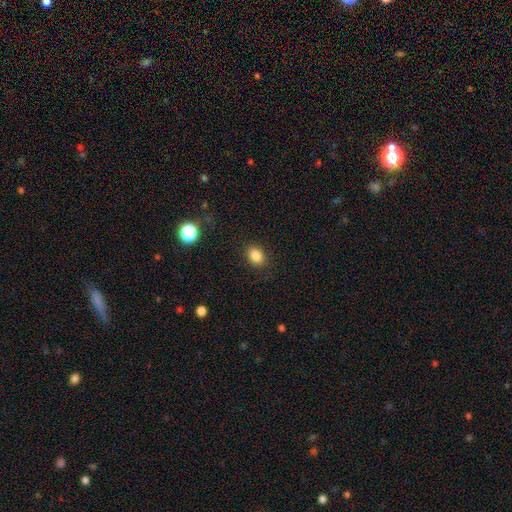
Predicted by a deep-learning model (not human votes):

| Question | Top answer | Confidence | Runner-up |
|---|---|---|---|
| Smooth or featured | smooth | 85% | star or artifact (11%) |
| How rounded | in between | 63% | round (36%) |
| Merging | none | 87% | minor disturbance (9%) |